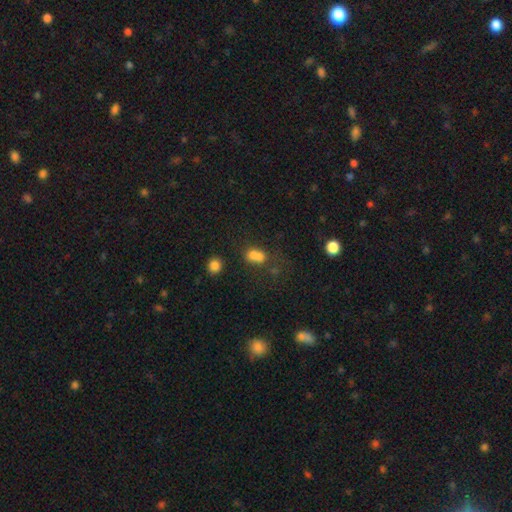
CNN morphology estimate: Smooth or featured? Predicted: smooth (p=0.69). How rounded? Predicted: round (p=0.49, tied with in between). Merging? Predicted: merger (p=0.57).